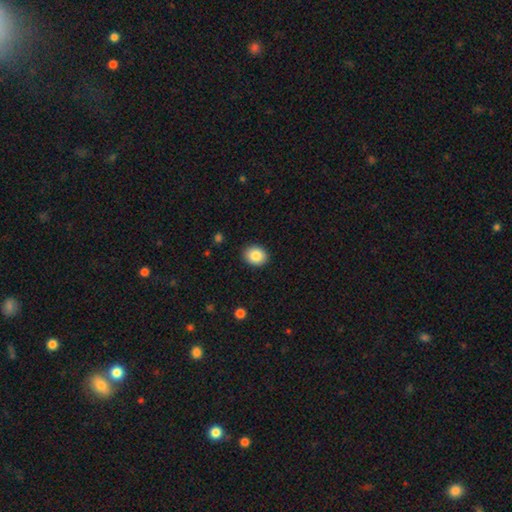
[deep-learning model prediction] smooth 86%, star or artifact 8%, featured or disk 6%. Down the decision tree: how rounded — round (56%); merging — none (90%).